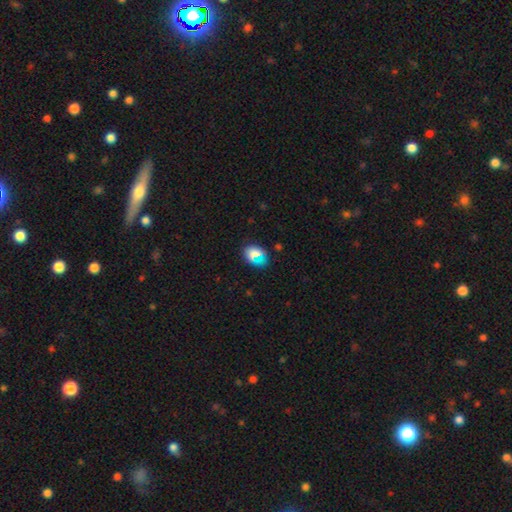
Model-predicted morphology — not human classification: This appears to be a smooth galaxy with no disk features (74%) that is in between round and cigar-shaped (74%). Merging: none (71%).